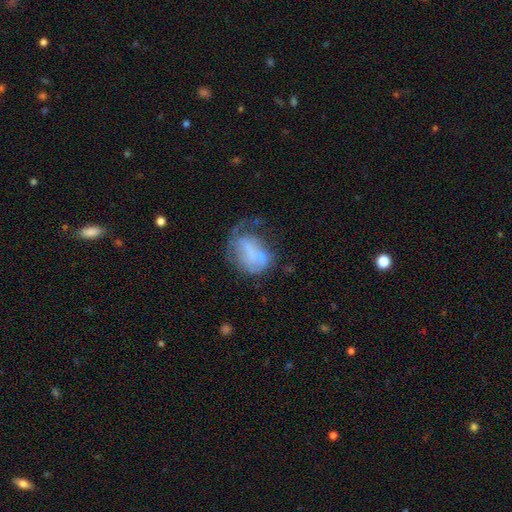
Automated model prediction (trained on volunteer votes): smooth-or-featured: featured or disk: 49% | smooth: 40% | star or artifact: 11%
  merging: major disturbance: 43% | none: 24% | minor disturbance: 21% | merger: 12%